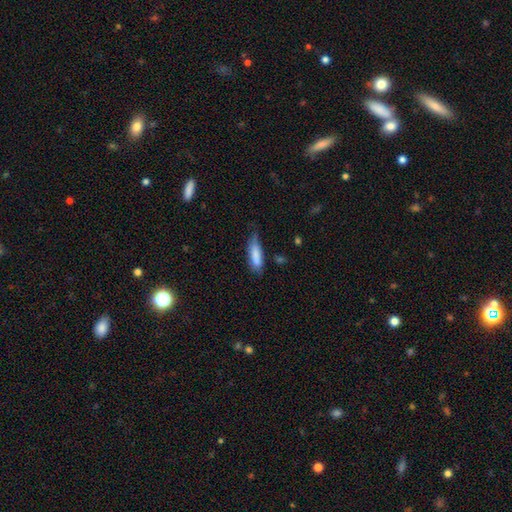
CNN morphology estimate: Overall: smooth (80%). How rounded: cigar-shaped (50%; in between 49%). Merging: none (48%; minor disturbance 38%).